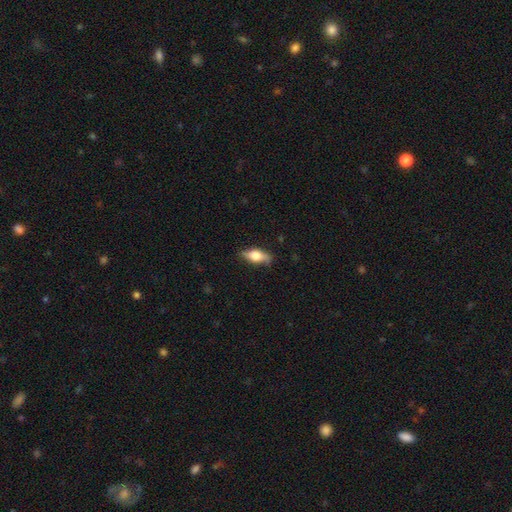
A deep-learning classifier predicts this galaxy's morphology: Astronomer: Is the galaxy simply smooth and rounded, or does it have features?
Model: smooth — 58% (runner-up: featured or disk, 36%).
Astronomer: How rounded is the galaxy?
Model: in between — 75%.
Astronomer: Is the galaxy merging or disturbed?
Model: none — 77%.